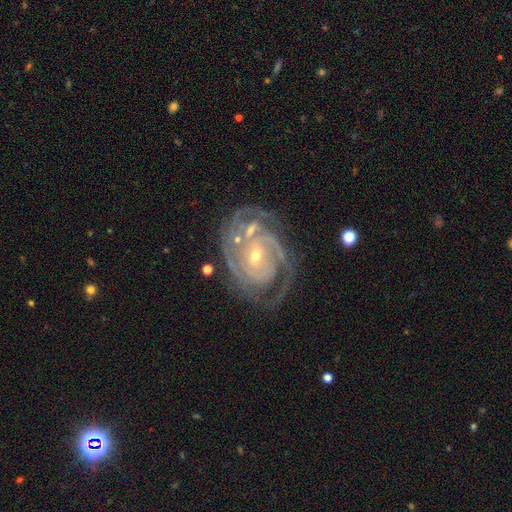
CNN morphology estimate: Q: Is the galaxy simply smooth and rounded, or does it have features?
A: featured or disk — 91%.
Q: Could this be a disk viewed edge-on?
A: no — 97%.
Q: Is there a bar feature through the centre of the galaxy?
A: no — 49%.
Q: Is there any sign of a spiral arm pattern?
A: yes — 98%.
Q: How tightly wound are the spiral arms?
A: tight — 73%.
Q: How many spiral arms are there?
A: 2 — 31%.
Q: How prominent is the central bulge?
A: small — 68%.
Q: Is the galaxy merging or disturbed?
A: none — 63%.